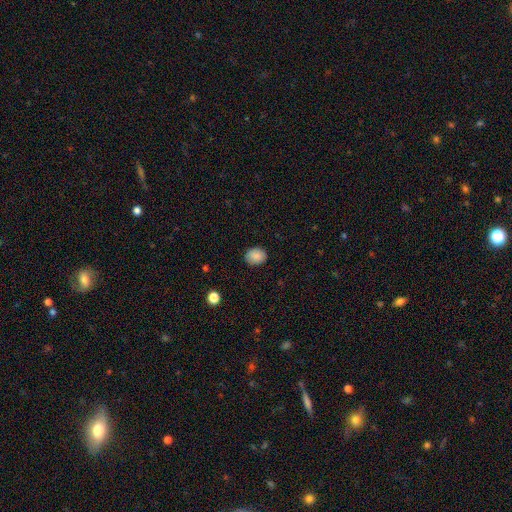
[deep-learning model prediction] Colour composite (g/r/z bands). It shows a smooth galaxy with no disk features (87%) that is in between round and cigar-shaped (53%). Merging: none (87%).